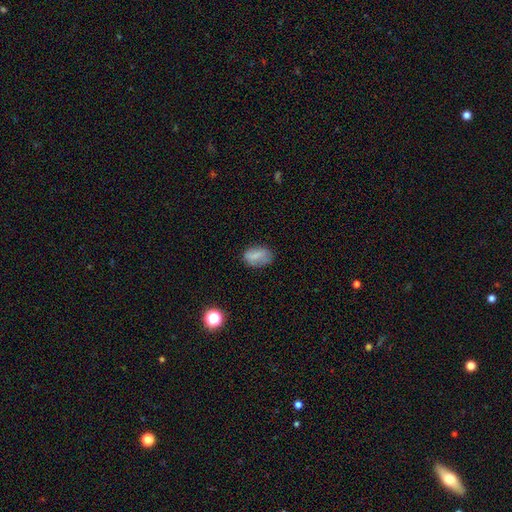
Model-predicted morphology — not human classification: Smooth or featured? Predicted: smooth (p=0.78). How rounded? Predicted: in between (p=0.88). Merging? Predicted: none (p=0.68).